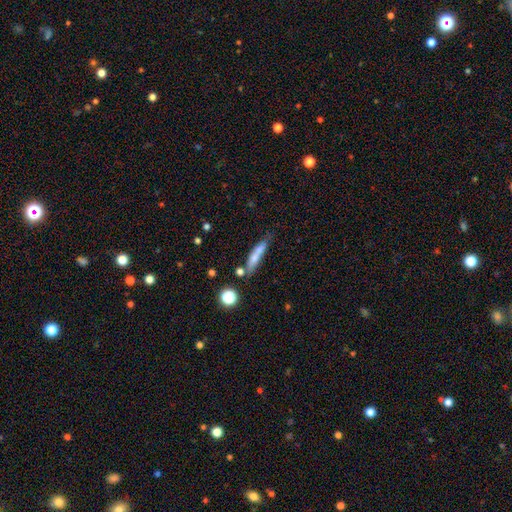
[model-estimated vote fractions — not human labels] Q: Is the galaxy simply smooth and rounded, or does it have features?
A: smooth — 65%.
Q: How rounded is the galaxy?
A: cigar-shaped — 83%.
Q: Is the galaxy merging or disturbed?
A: none — 57%.